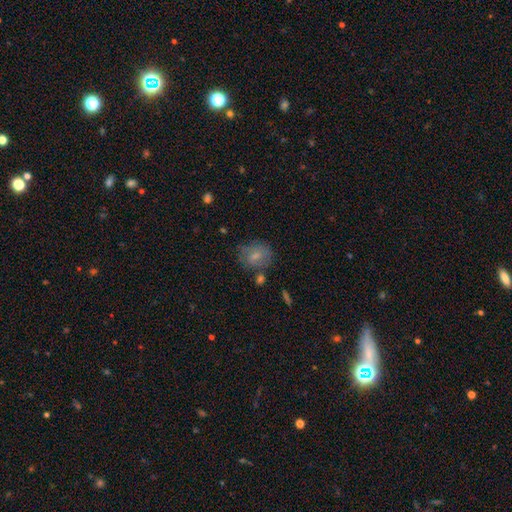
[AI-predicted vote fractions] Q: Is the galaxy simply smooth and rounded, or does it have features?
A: smooth — 65%.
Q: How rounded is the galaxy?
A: round — 59%.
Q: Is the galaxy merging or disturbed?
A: none — 64%.